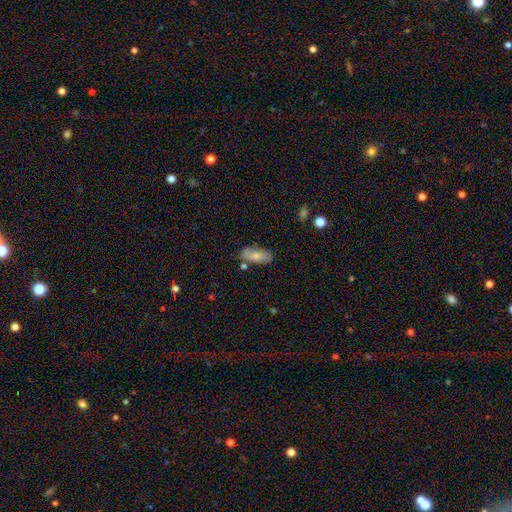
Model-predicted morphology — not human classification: This is likely a smooth galaxy (75%). How rounded: clearly in between (82%). Merging: likely none (72%).